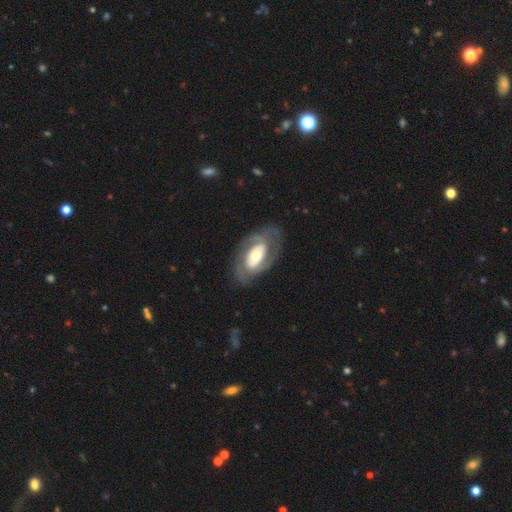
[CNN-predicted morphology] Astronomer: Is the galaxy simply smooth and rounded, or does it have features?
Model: featured or disk — 73%.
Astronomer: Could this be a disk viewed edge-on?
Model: no — 93%.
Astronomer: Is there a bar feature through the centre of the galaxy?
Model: no — 56%.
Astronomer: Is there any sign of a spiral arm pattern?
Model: yes — 68%.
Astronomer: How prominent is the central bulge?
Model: moderate — 58%.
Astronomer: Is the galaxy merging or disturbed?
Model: none — 74%.